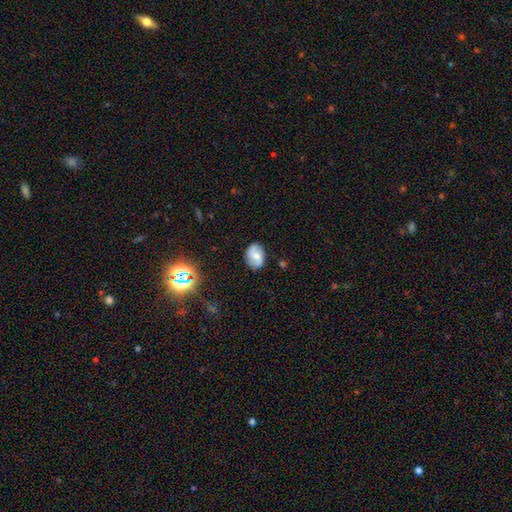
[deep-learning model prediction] Smooth or featured: smooth — 48% (featured or disk — 42%)
Merging: none — 81% (minor disturbance — 15%)